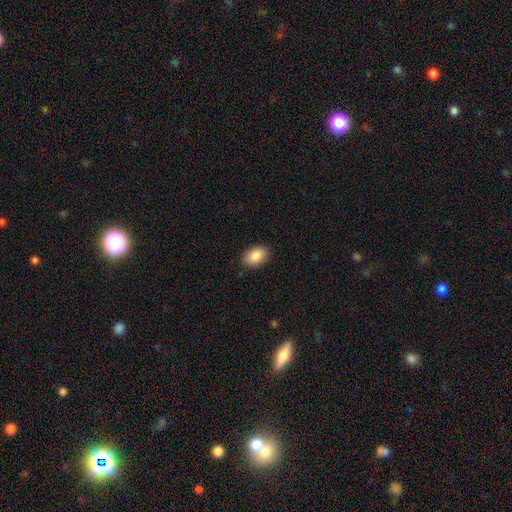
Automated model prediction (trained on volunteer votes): The model was most divided on "how rounded": in between: 89%, round: 10%, cigar-shaped: 1%. More confident: smooth or featured — smooth (89%); merging — none (88%).